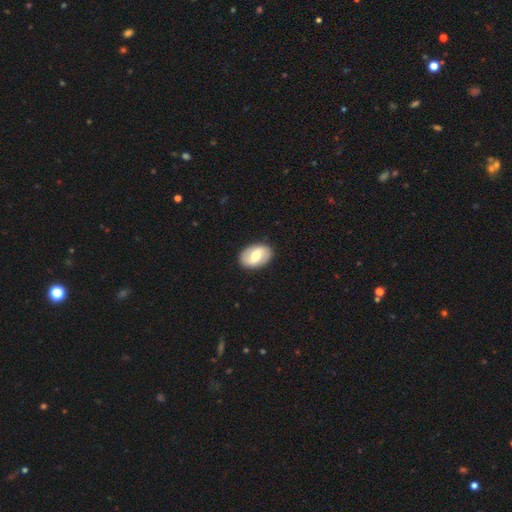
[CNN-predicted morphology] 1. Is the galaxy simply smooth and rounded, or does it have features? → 47% smooth (tied), 47% featured or disk (tied), 6% star or artifact.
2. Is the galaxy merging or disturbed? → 89% none, 8% minor disturbance, 2% major disturbance, 1% merger.